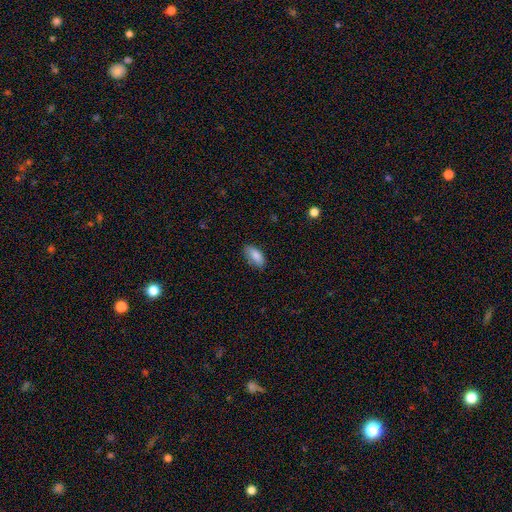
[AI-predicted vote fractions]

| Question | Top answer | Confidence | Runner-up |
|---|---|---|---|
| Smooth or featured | smooth | 85% | featured or disk (8%) |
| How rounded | in between | 90% | cigar-shaped (8%) |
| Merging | none | 79% | minor disturbance (17%) |